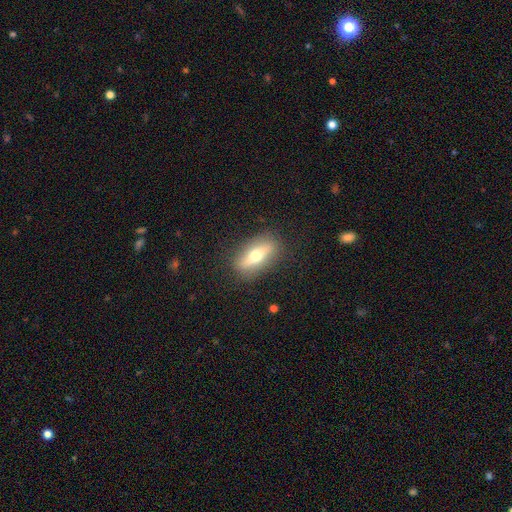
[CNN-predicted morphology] A smooth galaxy with no disk features (46%, tied with featured or disk).

Vote fractions:
- Smooth or featured? smooth: 46% (tied) / featured or disk: 46% (tied) / star or artifact: 8%
- Merging? none: 85% / minor disturbance: 10% / major disturbance: 4% / merger: 1%